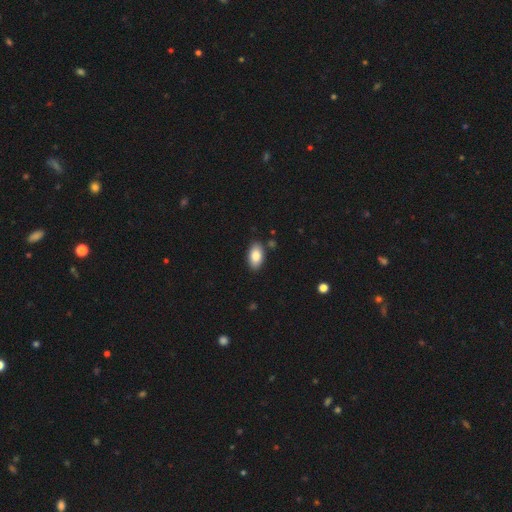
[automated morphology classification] This is clearly a smooth galaxy (84%). How rounded: clearly in between (94%). Merging: clearly none (86%).